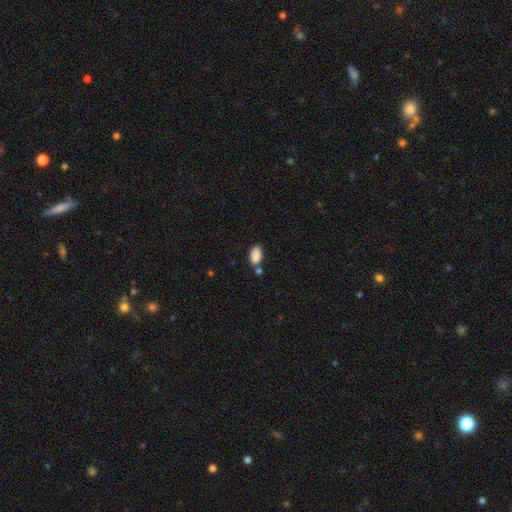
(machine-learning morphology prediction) This is clearly a smooth galaxy (88%). How rounded: clearly in between (93%). Merging: likely none (68%).